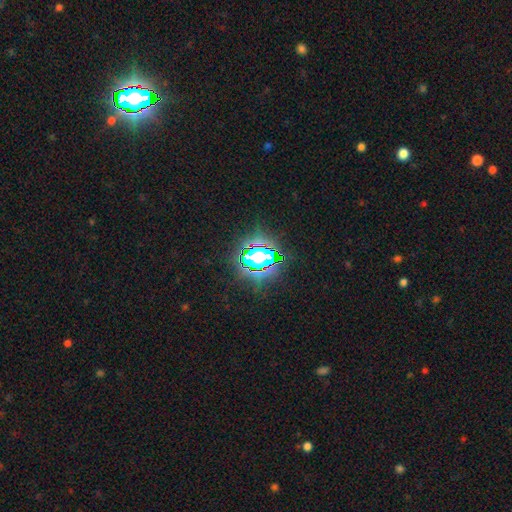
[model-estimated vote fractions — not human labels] A star or artifact, not a galaxy (81%).